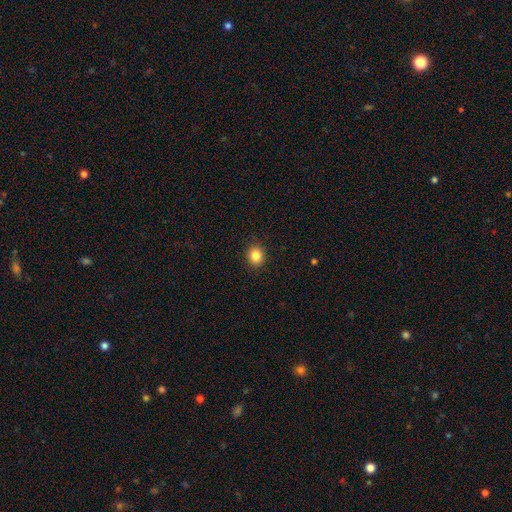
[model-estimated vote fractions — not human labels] Q: Smooth or featured?
A: smooth (85%); runner-up: star or artifact (10%)
Q: How rounded?
A: round (73%); runner-up: in between (27%)
Q: Merging?
A: none (91%); runner-up: minor disturbance (7%)